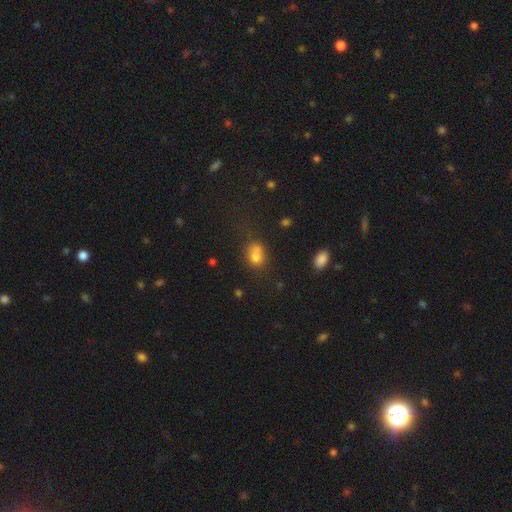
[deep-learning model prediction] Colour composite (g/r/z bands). It shows a smooth galaxy with no disk features (71%) that is round (53%). Merging: none (38%, tied with merger).